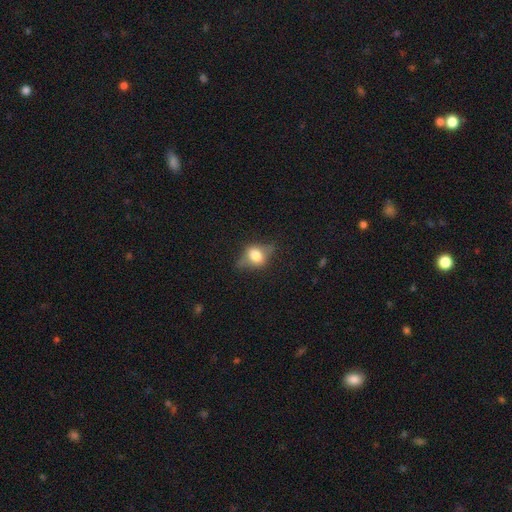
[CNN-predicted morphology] smooth-or-featured: smooth: 53% | featured or disk: 36% | star or artifact: 10%
  how-rounded: in between: 56% | round: 40% | cigar-shaped: 4%
  merging: none: 59% | minor disturbance: 27% | major disturbance: 13% | merger: 2%